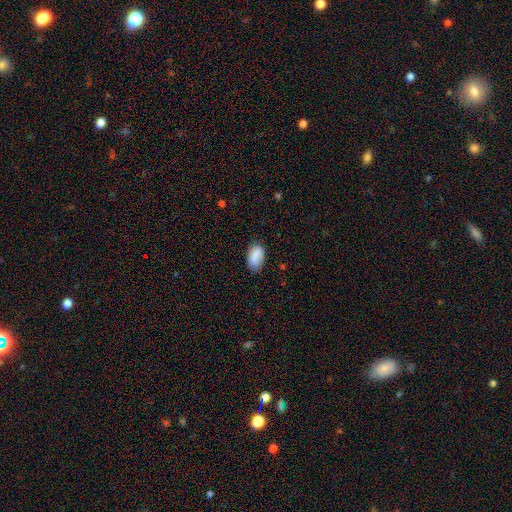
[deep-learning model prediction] smooth_or_featured: smooth (p=0.84) [alt: featured or disk p=0.09]
how_rounded: in between (p=0.92) [alt: round p=0.06]
merging: none (p=0.76) [alt: minor disturbance p=0.19]